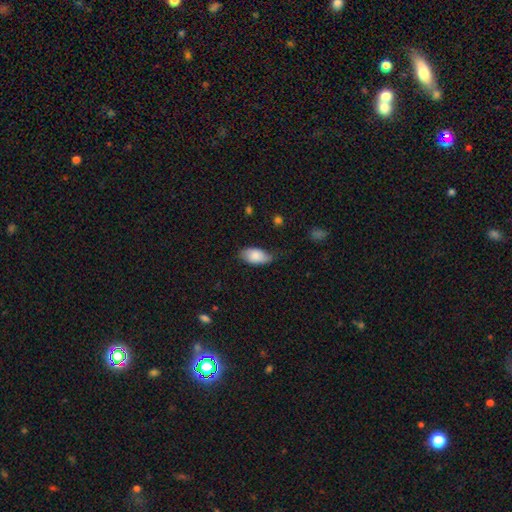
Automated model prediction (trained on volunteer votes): A smooth galaxy with no disk features (83%) that is in between round and cigar-shaped (93%).

Vote fractions:
- Smooth or featured? smooth: 83% / featured or disk: 11% / star or artifact: 6%
- How rounded? in between: 93% / cigar-shaped: 4% / round: 3%
- Merging? none: 69% / minor disturbance: 25% / major disturbance: 5% / merger: 1%